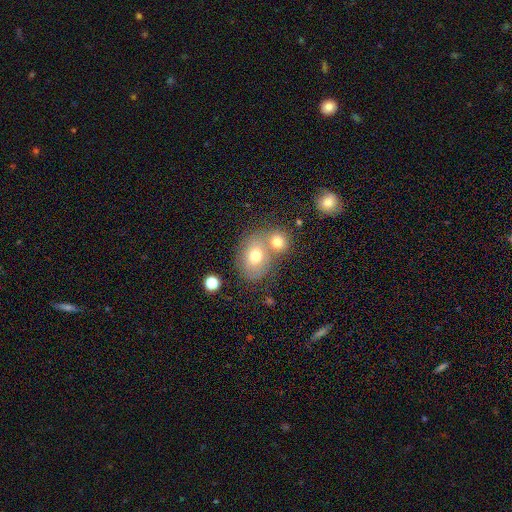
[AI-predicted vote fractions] A smooth galaxy with no disk features (68%) that is in between round and cigar-shaped (55%).

Vote fractions:
- Smooth or featured? smooth: 68% / featured or disk: 22% / star or artifact: 11%
- How rounded? in between: 55% / round: 44% / cigar-shaped: 1%
- Merging? merger: 46% / none: 40% / minor disturbance: 11% / major disturbance: 4%